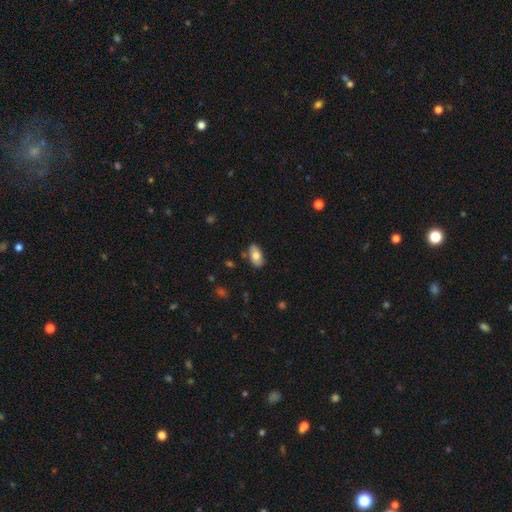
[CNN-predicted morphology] Smooth or featured? smooth (75%)
How rounded? in between (92%)
Merging? none (78%)